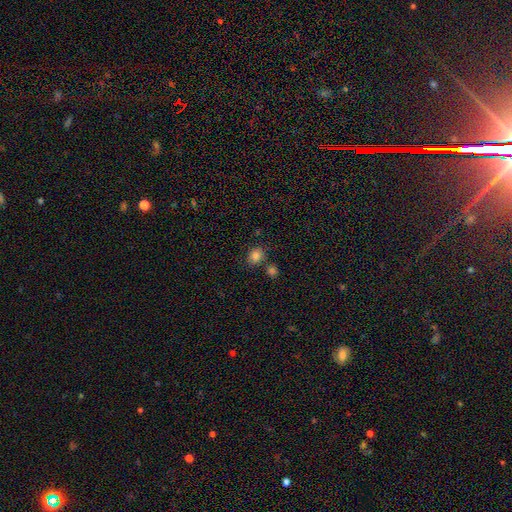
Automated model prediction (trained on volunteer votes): Smooth or featured? Predicted: smooth (p=0.83). How rounded? Predicted: round (p=0.63). Merging? Predicted: none (p=0.75).